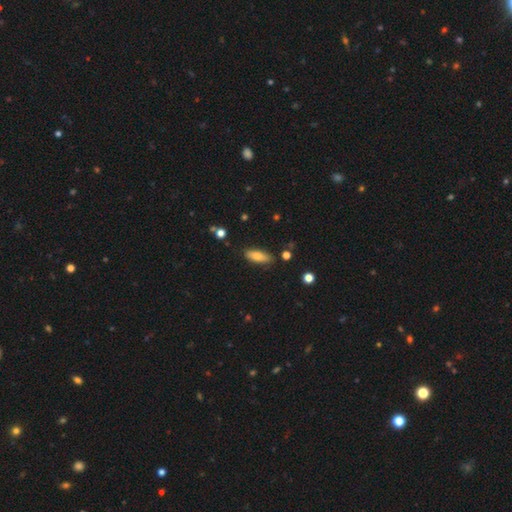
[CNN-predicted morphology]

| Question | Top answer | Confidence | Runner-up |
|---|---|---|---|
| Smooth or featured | smooth | 81% | featured or disk (11%) |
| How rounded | in between | 66% | cigar-shaped (32%) |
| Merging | none | 83% | minor disturbance (12%) |